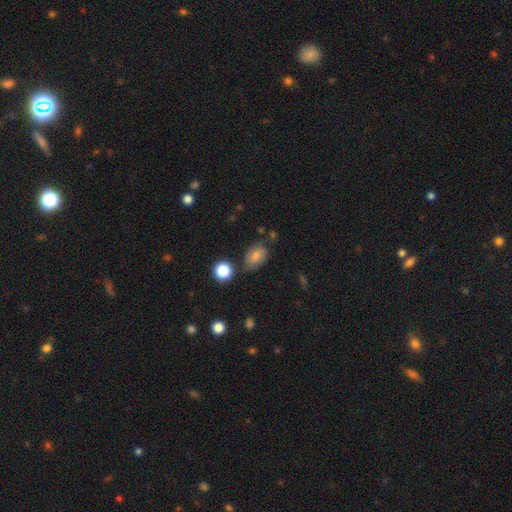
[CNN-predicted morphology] Q: Smooth or featured?
A: smooth (73%); runner-up: featured or disk (16%)
Q: How rounded?
A: in between (76%); runner-up: round (23%)
Q: Merging?
A: none (64%); runner-up: minor disturbance (24%)